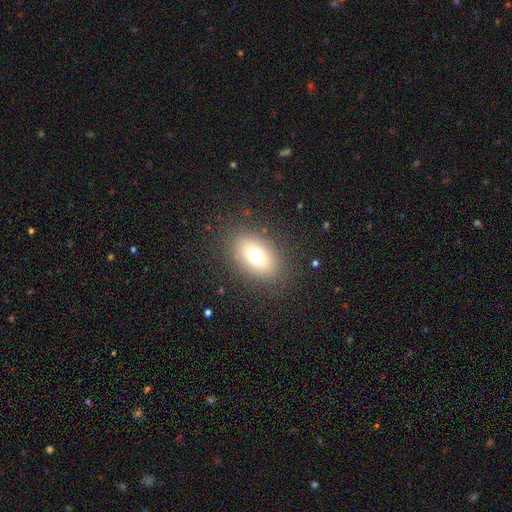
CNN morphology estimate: Smooth or featured?
  - smooth: 72% *
  - featured or disk: 15%
  - star or artifact: 12%
How rounded?
  - in between: 84% *
  - round: 14%
  - cigar-shaped: 2%
Merging?
  - none: 84% *
  - minor disturbance: 10%
  - major disturbance: 5%
  - merger: 1%